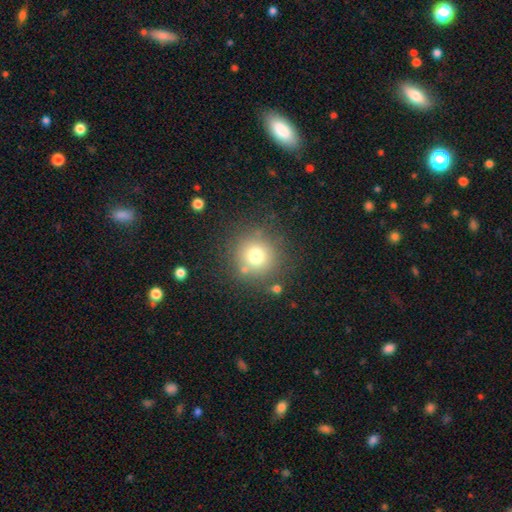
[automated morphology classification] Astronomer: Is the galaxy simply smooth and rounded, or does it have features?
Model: smooth — 74%.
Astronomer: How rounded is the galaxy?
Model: round — 94%.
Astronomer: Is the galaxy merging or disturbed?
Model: none — 81%.